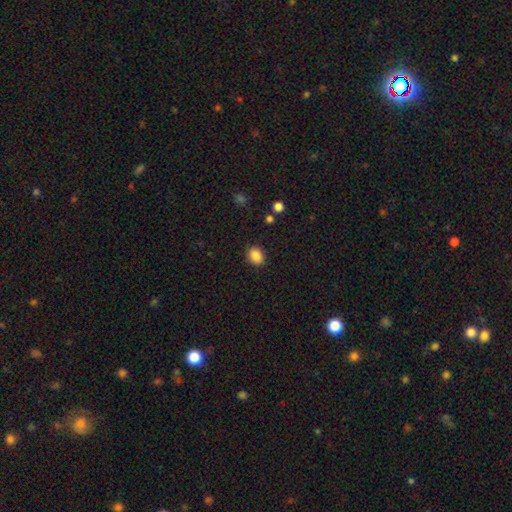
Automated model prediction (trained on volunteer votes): Morphology: type=smooth (87%); roundness=in between (50%); merging=none (88%).